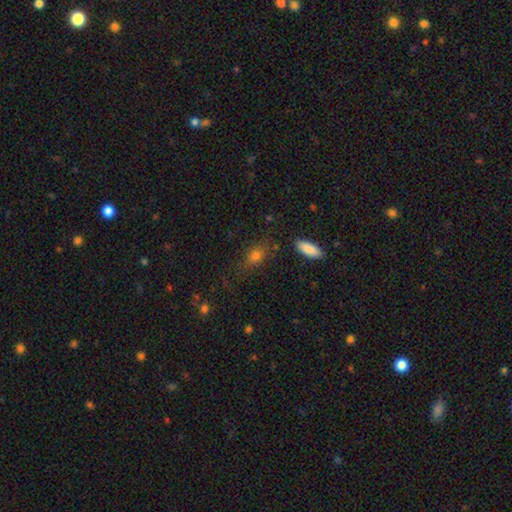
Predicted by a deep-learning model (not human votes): Smooth or featured? smooth (74%)
How rounded? in between (74%)
Merging? none (72%)